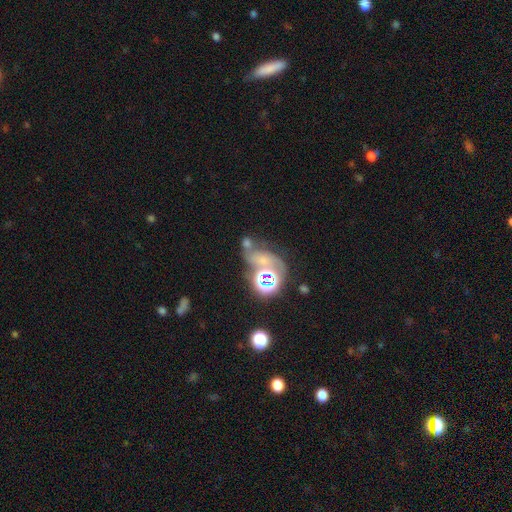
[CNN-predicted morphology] Smooth or featured? star or artifact (38%)